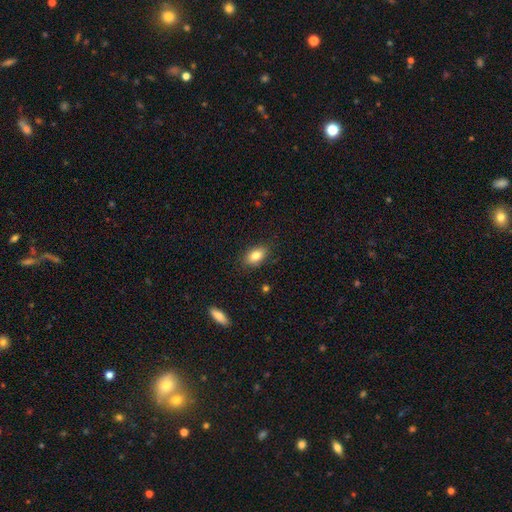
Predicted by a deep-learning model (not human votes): Smooth or featured: smooth — 82% (featured or disk — 10%)
How rounded: in between — 89% (round — 8%)
Merging: none — 84% (minor disturbance — 12%)